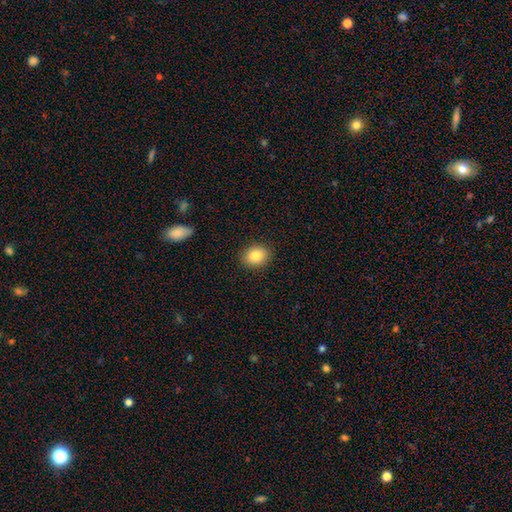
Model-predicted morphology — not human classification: Overall: smooth (84%). How rounded: round (55%; in between 44%). Merging: none (90%).